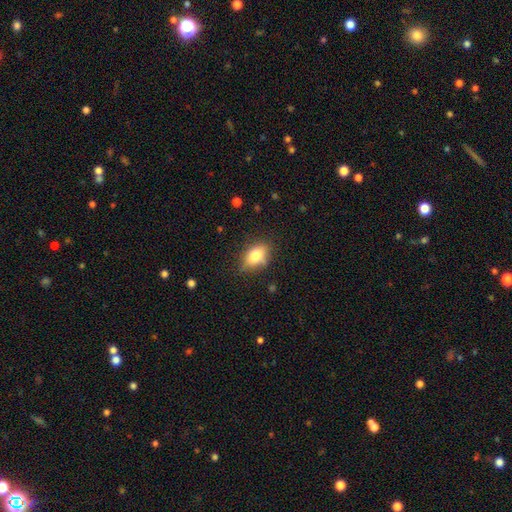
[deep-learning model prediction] Smooth or featured? smooth (79%)
How rounded? in between (85%)
Merging? none (75%)